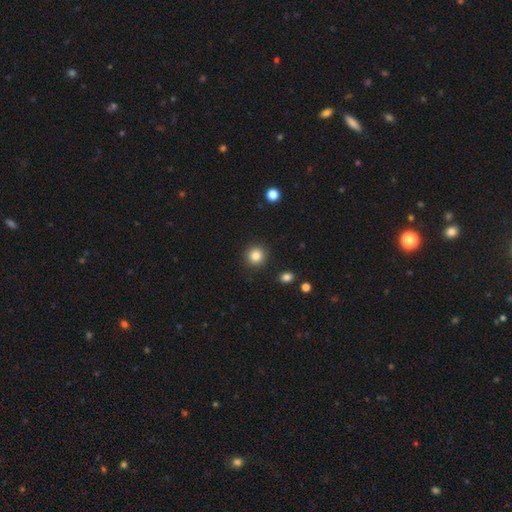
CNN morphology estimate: Smooth or featured? Predicted: smooth (p=0.85). How rounded? Predicted: round (p=0.93). Merging? Predicted: none (p=0.91).